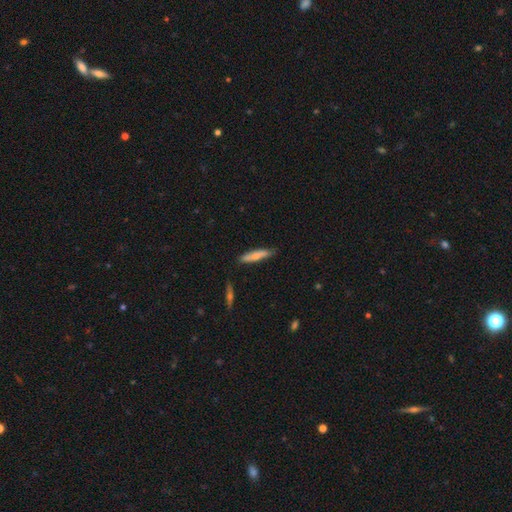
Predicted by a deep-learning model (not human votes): Smooth or featured?
  - smooth: 71% *
  - featured or disk: 24%
  - star or artifact: 6%
How rounded?
  - cigar-shaped: 85% *
  - in between: 13%
  - round: 2%
Merging?
  - none: 79% *
  - minor disturbance: 16%
  - merger: 2%
  - major disturbance: 2%